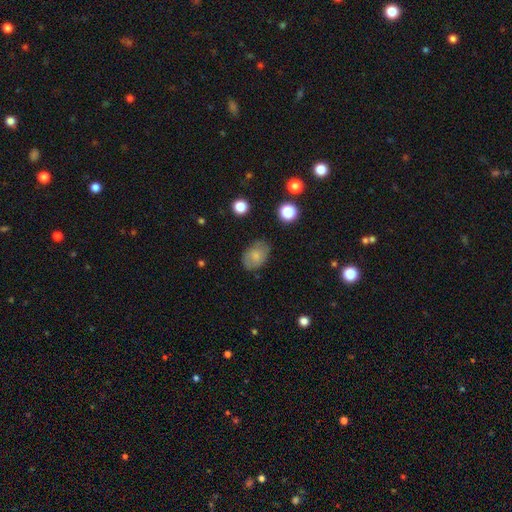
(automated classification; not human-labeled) The model was most divided on "merging": none: 72%, minor disturbance: 21%, major disturbance: 6%, merger: 2%. More confident: how rounded — in between (80%); smooth or featured — smooth (75%).